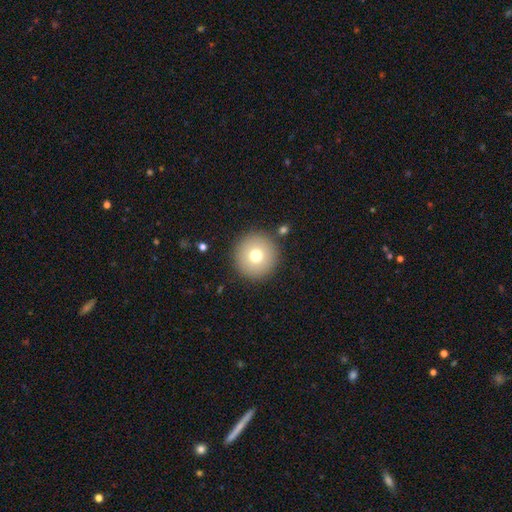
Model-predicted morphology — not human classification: Smooth or featured? Predicted: smooth (p=0.74). How rounded? Predicted: round (p=0.97). Merging? Predicted: none (p=0.90).